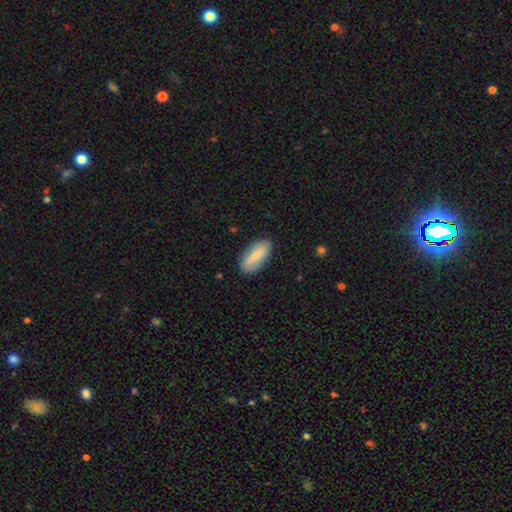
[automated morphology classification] smooth-or-featured: smooth: 65% | featured or disk: 29% | star or artifact: 6%
  how-rounded: in between: 88% | cigar-shaped: 9% | round: 3%
  merging: none: 83% | minor disturbance: 13% | major disturbance: 3% | merger: 1%